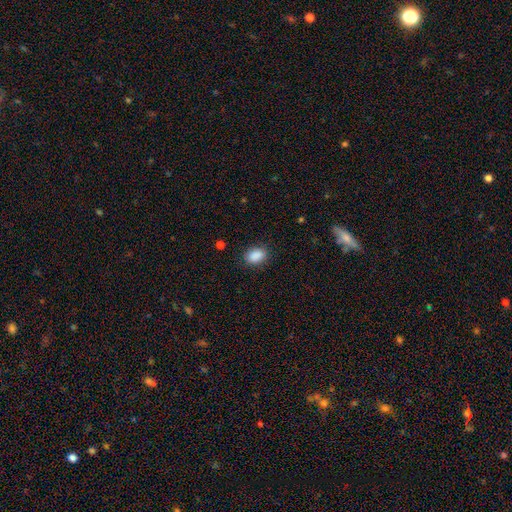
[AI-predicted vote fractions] Smooth or featured: smooth — 89% (star or artifact — 8%)
How rounded: in between — 82% (round — 16%)
Merging: none — 86% (minor disturbance — 11%)